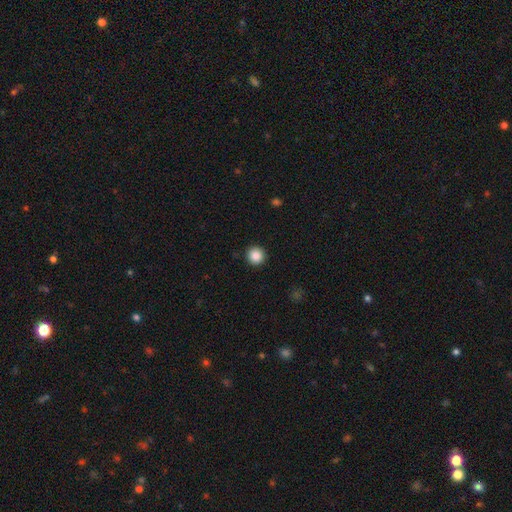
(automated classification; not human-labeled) This is clearly a smooth galaxy (87%). How rounded: clearly round (95%). Merging: clearly none (93%).